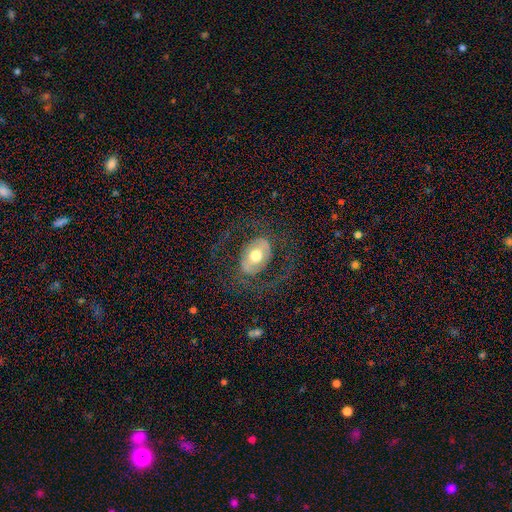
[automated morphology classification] Q: Smooth or featured?
A: featured or disk (62%); runner-up: smooth (32%)
Q: Edge-on disk?
A: no (94%); runner-up: yes (6%)
Q: Bar?
A: no (56%); runner-up: weak (27%)
Q: Spiral arms?
A: yes (53%); runner-up: no (47%)
Q: Bulge size?
A: moderate (67%); runner-up: large (22%)
Q: Merging?
A: none (71%); runner-up: major disturbance (16%)